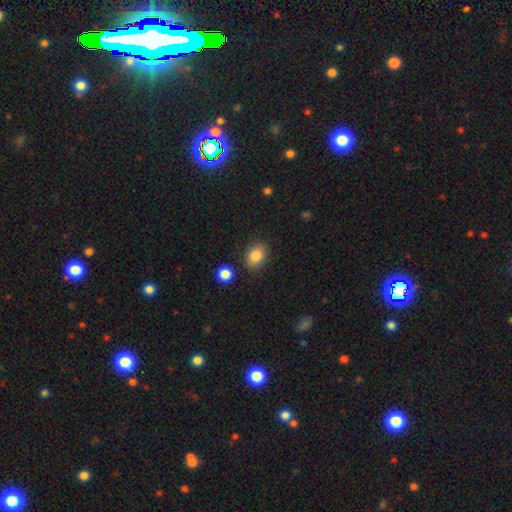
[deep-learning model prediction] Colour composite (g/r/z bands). It shows a smooth galaxy with no disk features (84%) that is in between round and cigar-shaped (69%). Merging: none (85%).